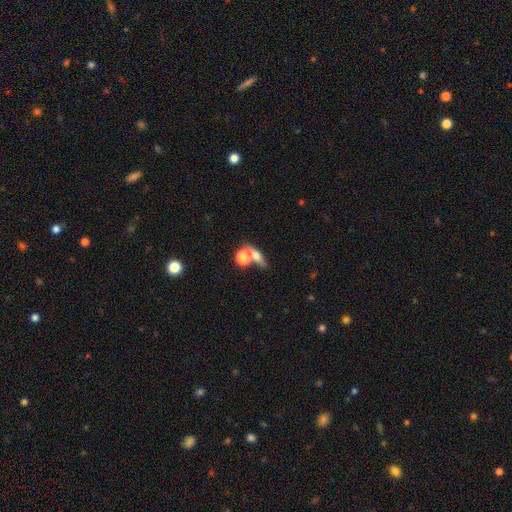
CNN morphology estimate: A smooth galaxy with no disk features (64%) that is in between round and cigar-shaped (48%). Merging: merger (53%).